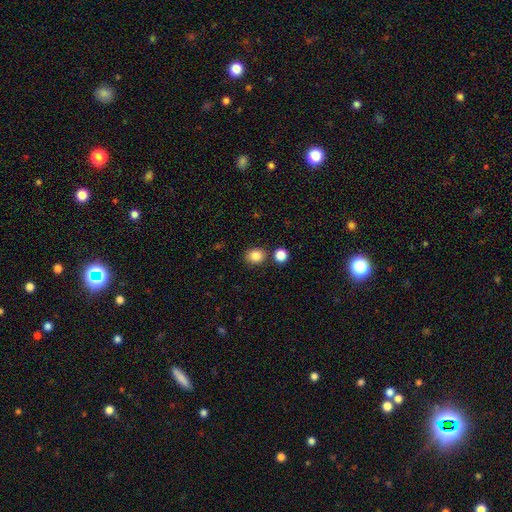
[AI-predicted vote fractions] Smooth or featured: smooth — 85% (star or artifact — 11%)
How rounded: round — 66% (in between — 34%)
Merging: none — 78% (minor disturbance — 10%)